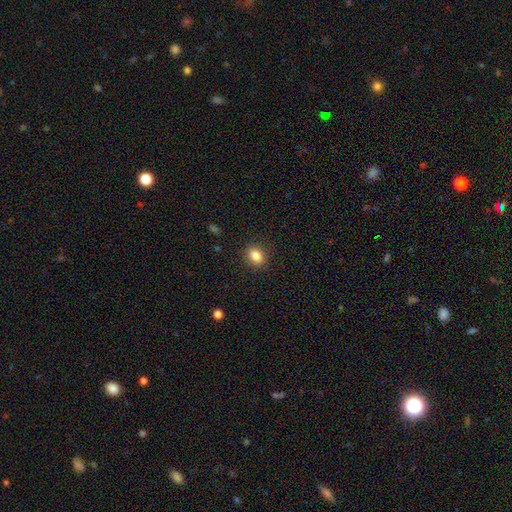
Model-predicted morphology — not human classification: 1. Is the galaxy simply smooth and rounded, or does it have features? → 85% smooth, 10% star or artifact, 5% featured or disk.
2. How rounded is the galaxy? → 51% in between, 48% round, 1% cigar-shaped.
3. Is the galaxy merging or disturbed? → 89% none, 8% minor disturbance, 2% major disturbance, 1% merger.